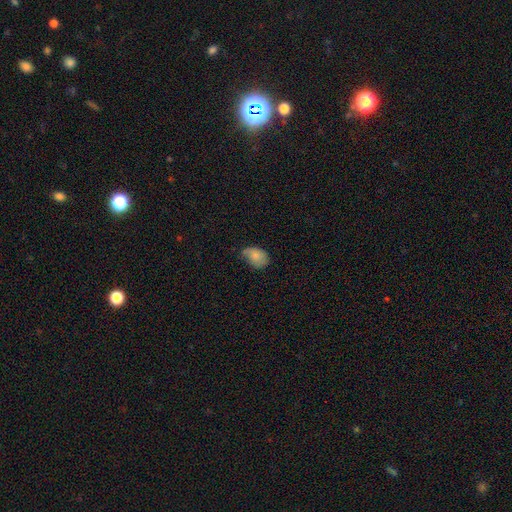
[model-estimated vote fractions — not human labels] This is clearly a smooth galaxy (81%). How rounded: likely in between (78%). Merging: marginally minor disturbance (43%).